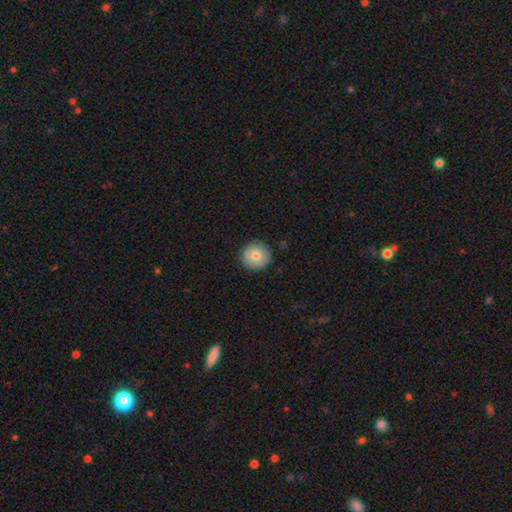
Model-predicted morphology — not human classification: This is likely a smooth galaxy (75%). How rounded: clearly round (95%). Merging: clearly none (90%).